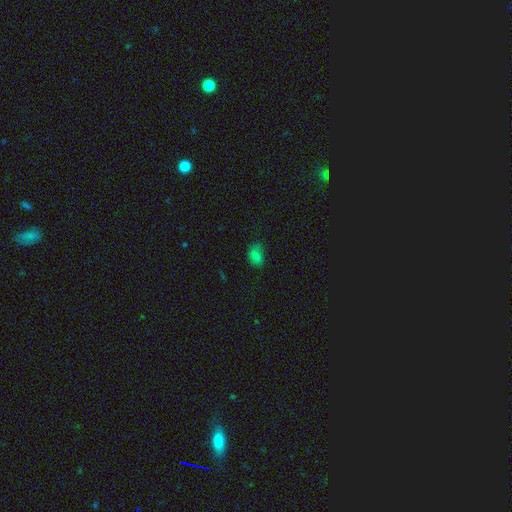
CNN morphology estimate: Smooth or featured? smooth (74%)
How rounded? in between (82%)
Merging? none (59%)